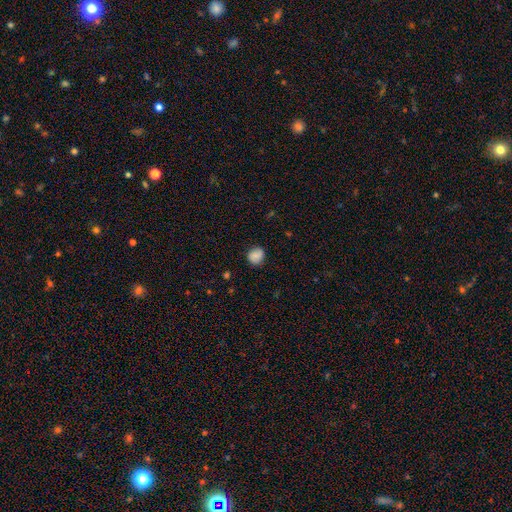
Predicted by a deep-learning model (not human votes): Smooth or featured?
  - smooth: 84% *
  - star or artifact: 9%
  - featured or disk: 7%
How rounded?
  - round: 78% *
  - in between: 21%
  - cigar-shaped: 1%
Merging?
  - none: 83% *
  - minor disturbance: 13%
  - major disturbance: 3%
  - merger: 1%